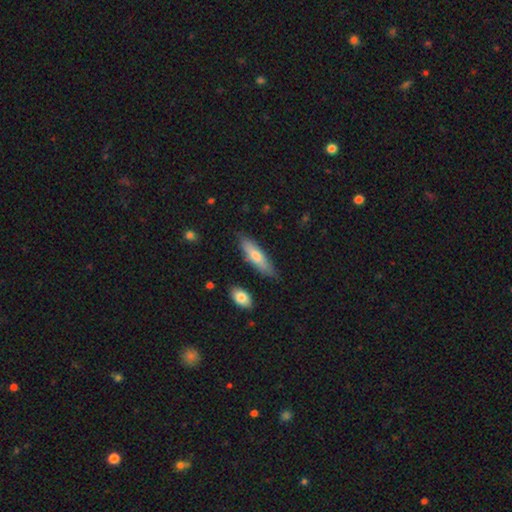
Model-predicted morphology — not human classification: The model was most divided on "how rounded": cigar-shaped: 66%, in between: 33%, round: 2%. More confident: merging — none (79%); smooth or featured — smooth (68%).